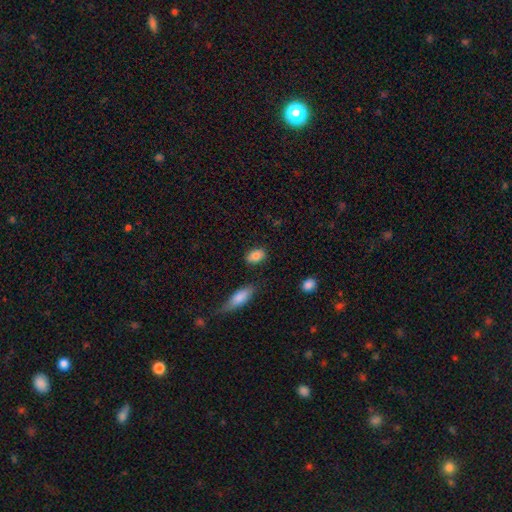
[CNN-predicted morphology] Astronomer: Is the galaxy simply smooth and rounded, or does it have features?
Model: smooth — 84%.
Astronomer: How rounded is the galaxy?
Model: in between — 81%.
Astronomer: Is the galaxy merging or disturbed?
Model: none — 81%.